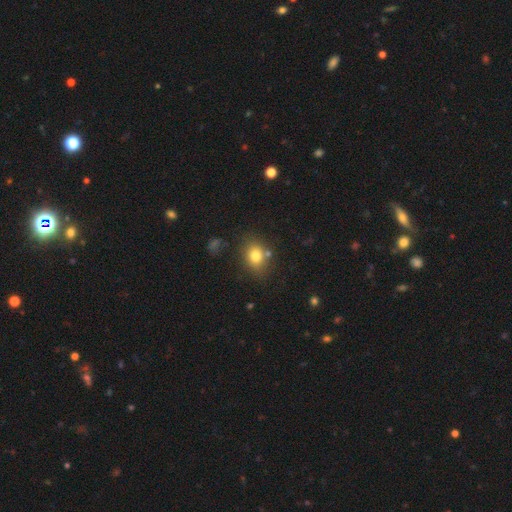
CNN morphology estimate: Smooth or featured? smooth (78%)
How rounded? in between (52%)
Merging? none (73%)